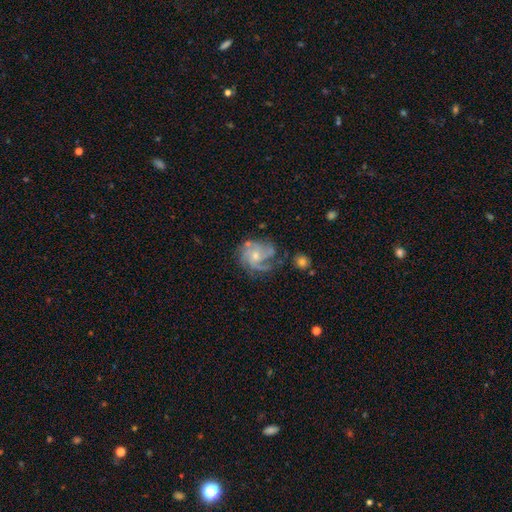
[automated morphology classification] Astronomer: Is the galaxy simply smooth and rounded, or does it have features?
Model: featured or disk — 84%.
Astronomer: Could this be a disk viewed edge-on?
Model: no — 98%.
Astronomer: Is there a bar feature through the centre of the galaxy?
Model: no — 74%.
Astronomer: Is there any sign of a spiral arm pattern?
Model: yes — 96%.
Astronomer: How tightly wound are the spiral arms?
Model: tight — 44% (runner-up: medium, 43%).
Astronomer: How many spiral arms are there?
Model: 4 — 32% (runner-up: 3, 30%).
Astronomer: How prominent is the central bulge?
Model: small — 61%.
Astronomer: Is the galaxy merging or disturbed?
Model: none — 65%.